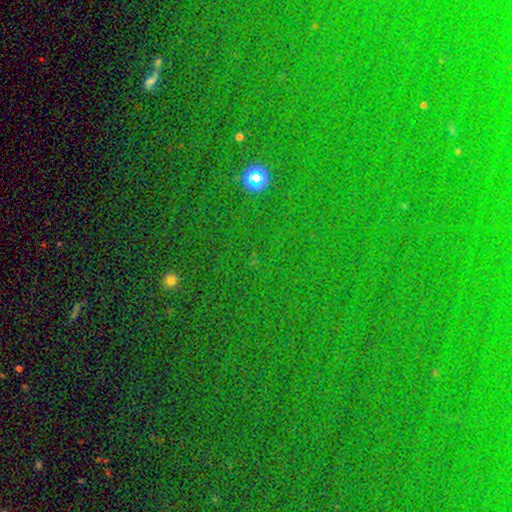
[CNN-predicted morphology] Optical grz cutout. It shows a star or artifact, not a galaxy (78%).